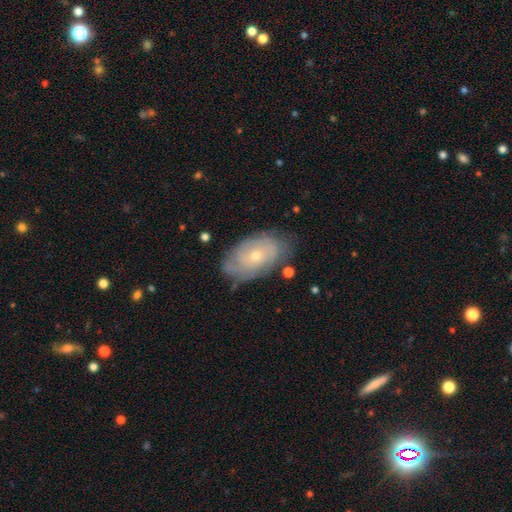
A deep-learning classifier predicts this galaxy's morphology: featured or disk 64%, smooth 29%, star or artifact 7%. Down the decision tree: edge-on disk — no (93%); bar — no (82%); spiral arms — yes (75%); bulge size — small (69%); merging — none (71%).